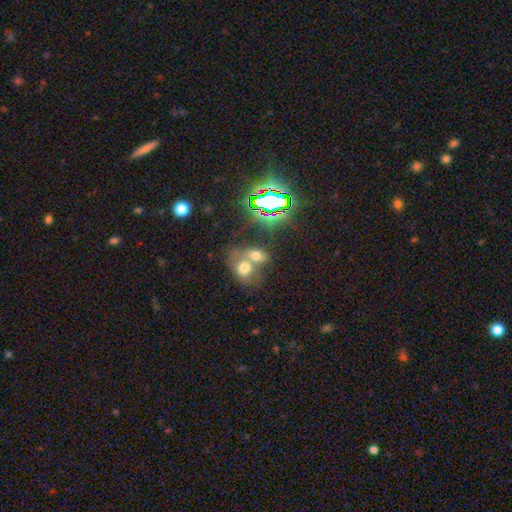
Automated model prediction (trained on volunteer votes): Morphology: type=smooth (62%); roundness=in between (55%); merging=merger (62%).